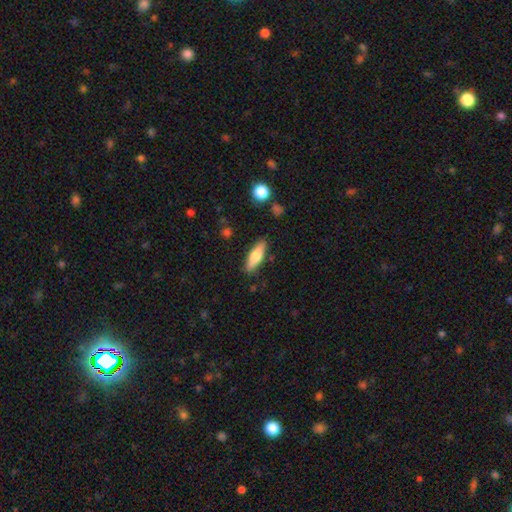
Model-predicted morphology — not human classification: Smooth or featured? Predicted: smooth (p=0.67). How rounded? Predicted: cigar-shaped (p=0.49). Merging? Predicted: none (p=0.86).